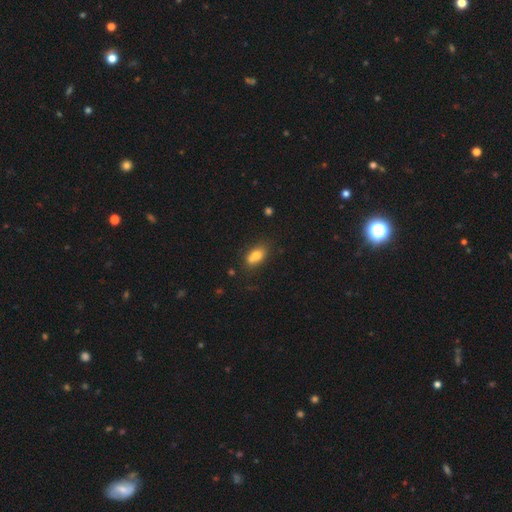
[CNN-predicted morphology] A smooth galaxy with no disk features (75%) that is in between round and cigar-shaped (82%).

Vote fractions:
- Smooth or featured? smooth: 75% / featured or disk: 16% / star or artifact: 9%
- How rounded? in between: 82% / round: 13% / cigar-shaped: 5%
- Merging? none: 55% / merger: 21% / minor disturbance: 19% / major disturbance: 5%